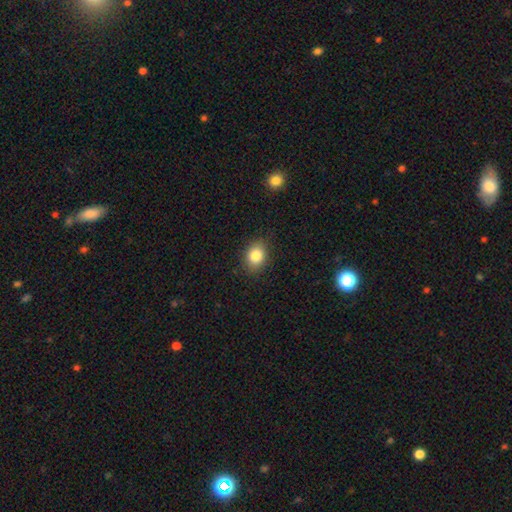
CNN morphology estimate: Smooth or featured? Predicted: smooth (p=0.83). How rounded? Predicted: in between (p=0.53). Merging? Predicted: none (p=0.87).